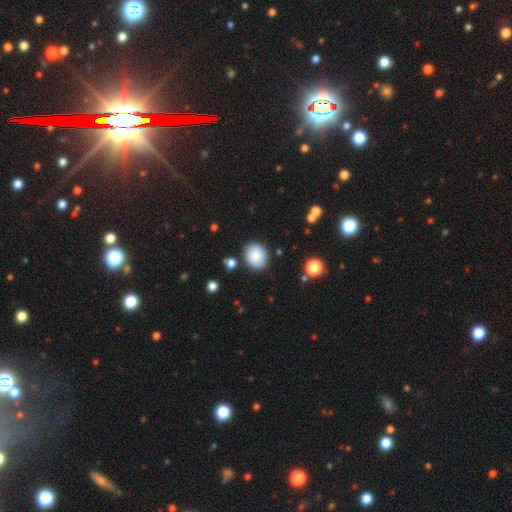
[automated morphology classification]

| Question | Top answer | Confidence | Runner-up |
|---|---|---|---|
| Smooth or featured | smooth | 84% | star or artifact (9%) |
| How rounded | round | 73% | in between (26%) |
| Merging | none | 86% | minor disturbance (8%) |